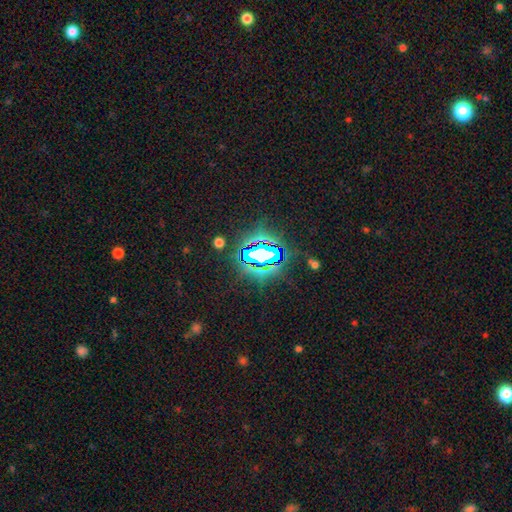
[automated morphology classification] Smooth or featured? star or artifact (75%)